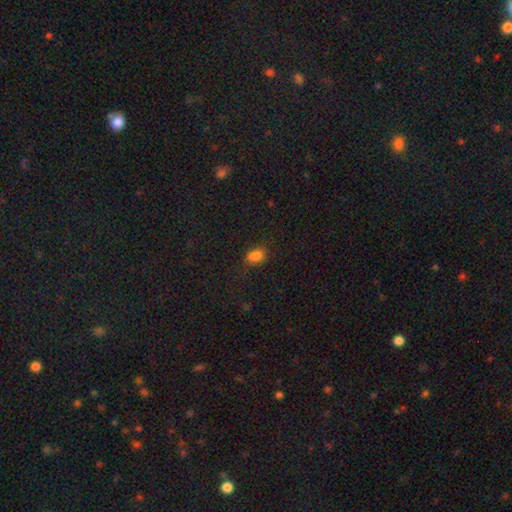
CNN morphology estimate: smooth-or-featured: smooth: 78% | star or artifact: 15% | featured or disk: 7%
  how-rounded: in between: 75% | round: 22% | cigar-shaped: 3%
  merging: none: 57% | minor disturbance: 24% | merger: 10% | major disturbance: 9%